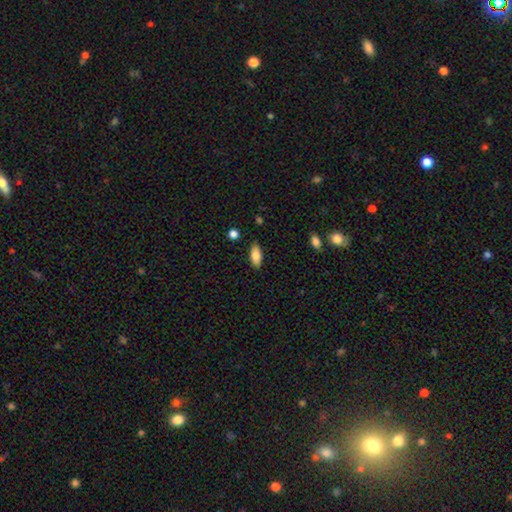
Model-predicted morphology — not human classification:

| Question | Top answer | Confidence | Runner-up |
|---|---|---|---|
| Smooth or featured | smooth | 84% | featured or disk (9%) |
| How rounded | in between | 87% | cigar-shaped (11%) |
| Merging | none | 85% | minor disturbance (11%) |